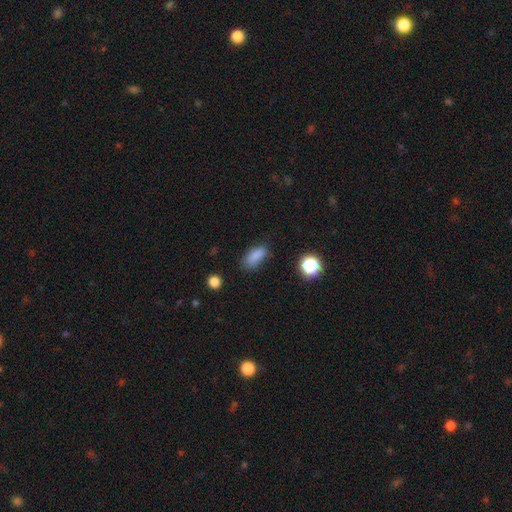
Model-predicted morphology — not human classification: Smooth or featured?
  - smooth: 83% *
  - star or artifact: 11%
  - featured or disk: 5%
How rounded?
  - in between: 80% *
  - cigar-shaped: 14%
  - round: 5%
Merging?
  - none: 72% *
  - minor disturbance: 21%
  - major disturbance: 5%
  - merger: 2%